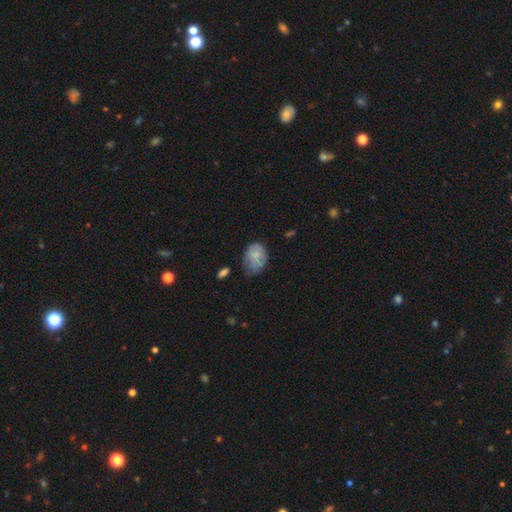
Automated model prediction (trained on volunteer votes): Morphology: type=smooth (72%); roundness=in between (72%); merging=none (44%).